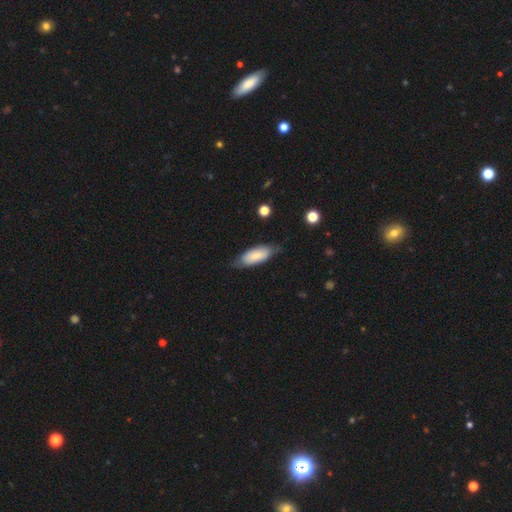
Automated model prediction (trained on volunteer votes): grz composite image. It shows a smooth galaxy with no disk features (76%) that is in between round and cigar-shaped (76%). Merging: none (69%).